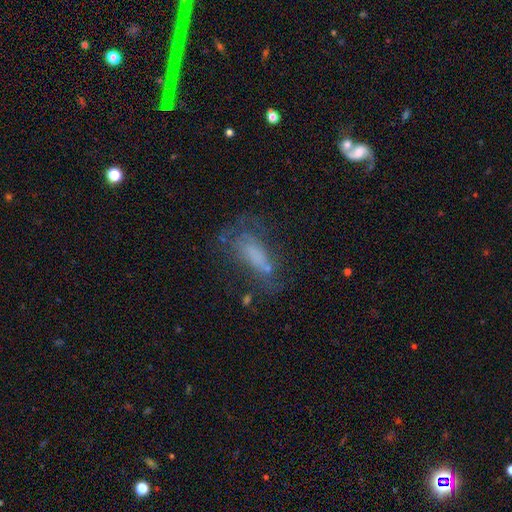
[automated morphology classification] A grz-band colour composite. It shows a featured or disk galaxy (43%). Merging: none (45%).